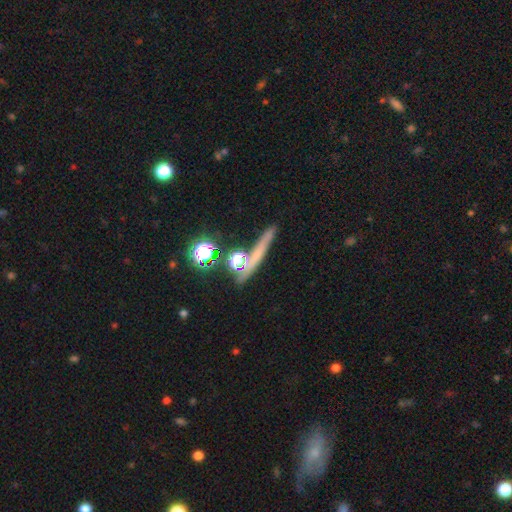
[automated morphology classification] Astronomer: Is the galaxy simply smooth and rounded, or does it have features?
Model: smooth — 44% (runner-up: featured or disk, 30%).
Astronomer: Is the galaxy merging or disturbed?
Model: none — 76%.